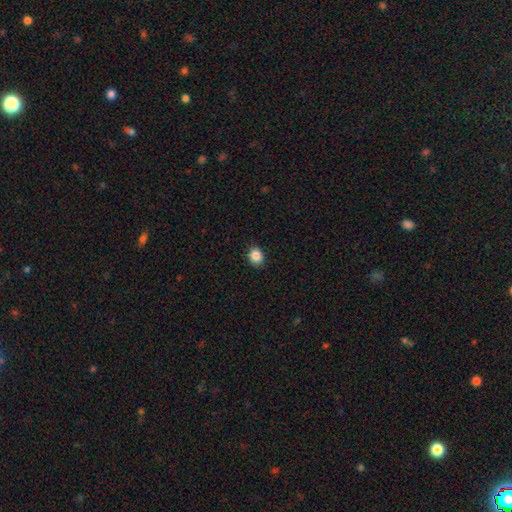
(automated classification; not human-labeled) smooth_or_featured: smooth (p=0.88) [alt: star or artifact p=0.09]
how_rounded: round (p=0.56) [alt: in between p=0.43]
merging: none (p=0.88) [alt: minor disturbance p=0.09]